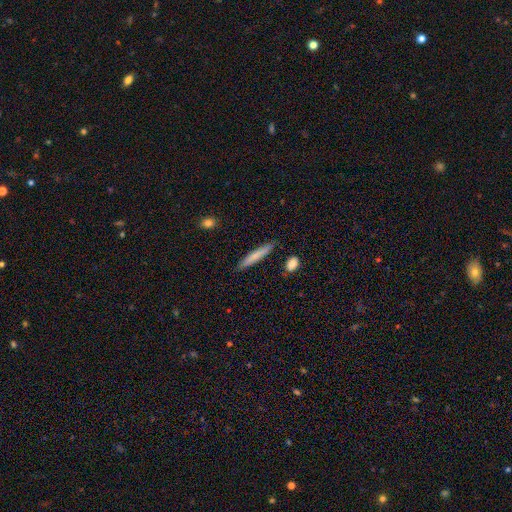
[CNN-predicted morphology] type=smooth (72%); roundness=cigar-shaped (93%); merging=none (88%).